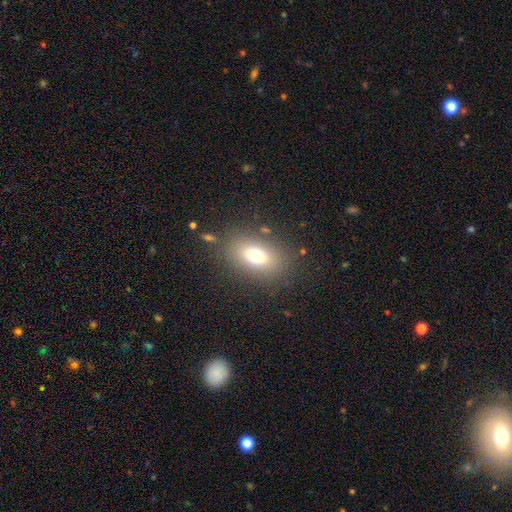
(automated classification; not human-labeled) Smooth or featured?
  - smooth: 72% *
  - featured or disk: 15%
  - star or artifact: 13%
How rounded?
  - in between: 76% *
  - round: 21%
  - cigar-shaped: 3%
Merging?
  - none: 81% *
  - minor disturbance: 11%
  - major disturbance: 6%
  - merger: 3%